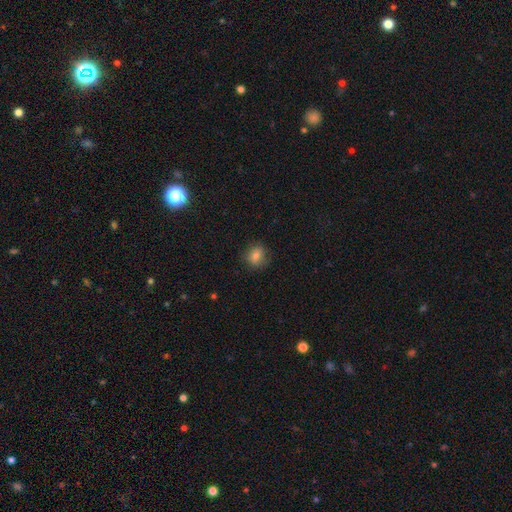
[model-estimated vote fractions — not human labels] This is likely a smooth galaxy (79%). How rounded: likely round (68%). Merging: likely none (80%).